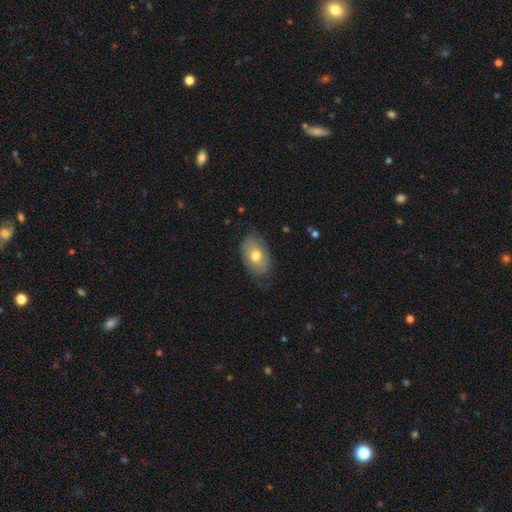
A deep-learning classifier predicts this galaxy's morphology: smooth-or-featured: smooth: 68% | featured or disk: 25% | star or artifact: 7%
  how-rounded: in between: 86% | round: 13% | cigar-shaped: 1%
  merging: none: 72% | minor disturbance: 21% | major disturbance: 5% | merger: 1%